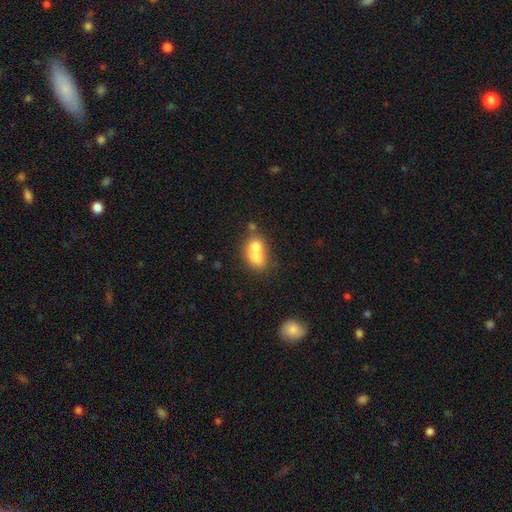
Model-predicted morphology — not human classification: Smooth or featured? Predicted: smooth (p=0.68). How rounded? Predicted: in between (p=0.59). Merging? Predicted: merger (p=0.67).